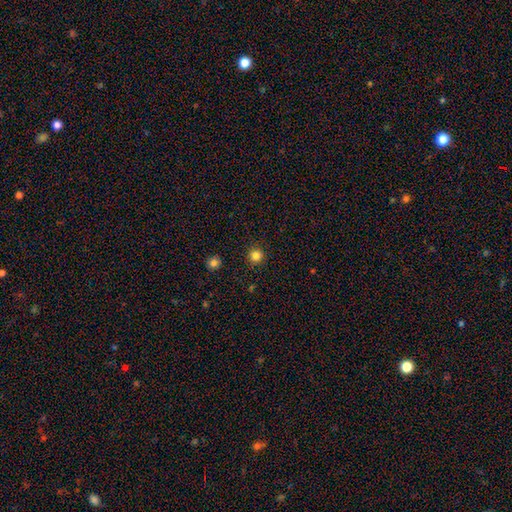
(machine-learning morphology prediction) smooth 83%, star or artifact 13%, featured or disk 4%. Down the decision tree: how rounded — round (95%); merging — none (92%).